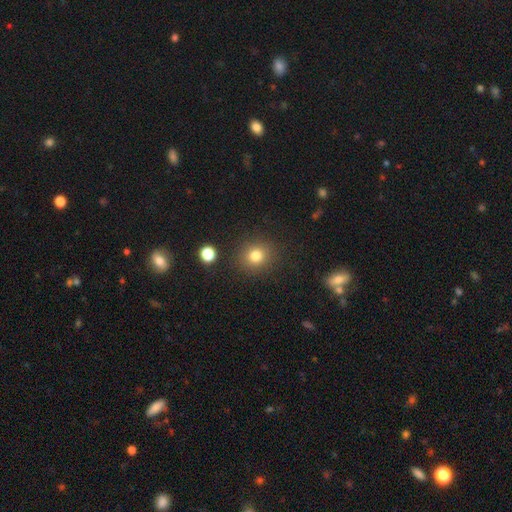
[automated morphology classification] Smooth or featured? smooth (80%)
How rounded? round (84%)
Merging? none (87%)